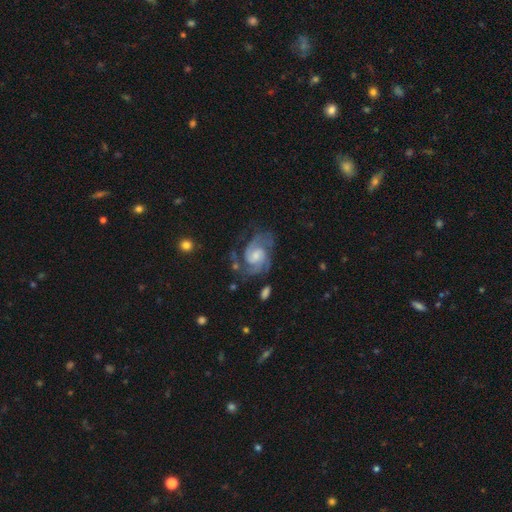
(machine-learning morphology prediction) smooth_or_featured: featured or disk (p=0.87) [alt: smooth p=0.08]
disk_edge_on: no (p=0.98) [alt: yes p=0.02]
bar: no (p=0.55) [alt: weak p=0.38]
has_spiral_arms: yes (p=0.97) [alt: no p=0.03]
spiral_winding: medium (p=0.48) [alt: tight p=0.40]
spiral_arm_count: 2 (p=0.57) [alt: 3 p=0.21]
bulge_size: small (p=0.43) [alt: moderate p=0.37]
merging: none (p=0.58) [alt: minor disturbance p=0.21]